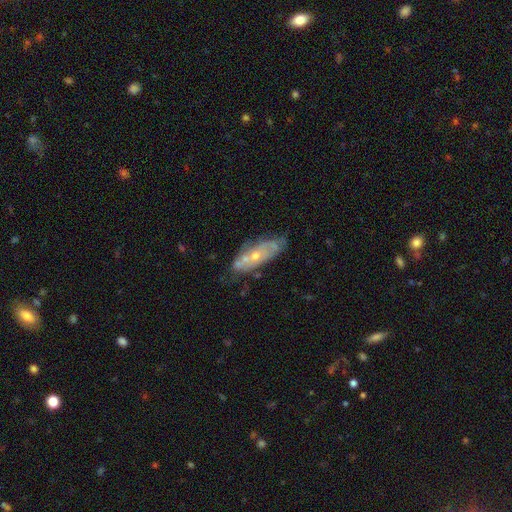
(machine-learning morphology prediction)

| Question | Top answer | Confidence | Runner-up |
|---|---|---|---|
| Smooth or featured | featured or disk | 67% | smooth (26%) |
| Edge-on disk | no | 84% | yes (16%) |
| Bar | no | 81% | weak (15%) |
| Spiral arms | yes | 58% | no (42%) |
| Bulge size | small | 53% | moderate (43%) |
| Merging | none | 55% | minor disturbance (26%) |